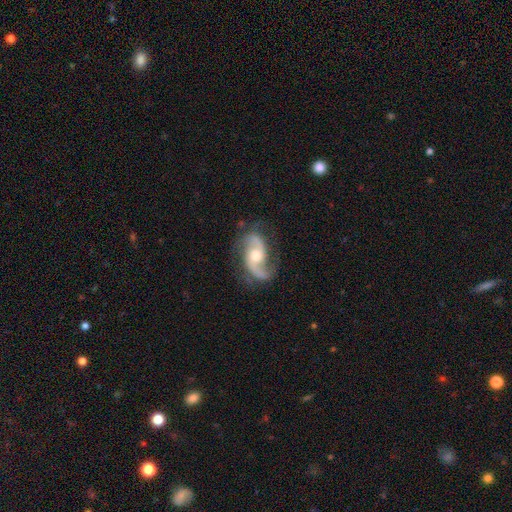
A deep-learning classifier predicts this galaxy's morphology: Smooth or featured? Predicted: featured or disk (p=0.89). Edge-on disk? Predicted: no (p=0.97). Bar? Predicted: no (p=0.57). Spiral arms? Predicted: yes (p=0.97). Spiral winding? Predicted: loose (p=0.46). Spiral arm count? Predicted: 2 (p=0.90). Bulge size? Predicted: moderate (p=0.67). Merging? Predicted: none (p=0.72).